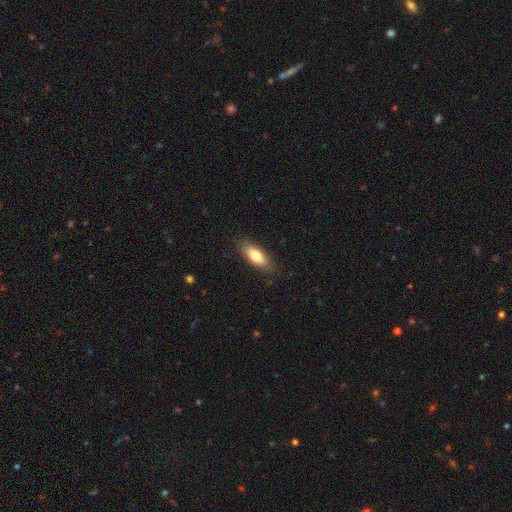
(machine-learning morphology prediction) Smooth or featured?
  - smooth: 77% *
  - featured or disk: 17%
  - star or artifact: 6%
How rounded?
  - in between: 77% *
  - cigar-shaped: 21%
  - round: 2%
Merging?
  - none: 85% *
  - minor disturbance: 11%
  - major disturbance: 3%
  - merger: 1%